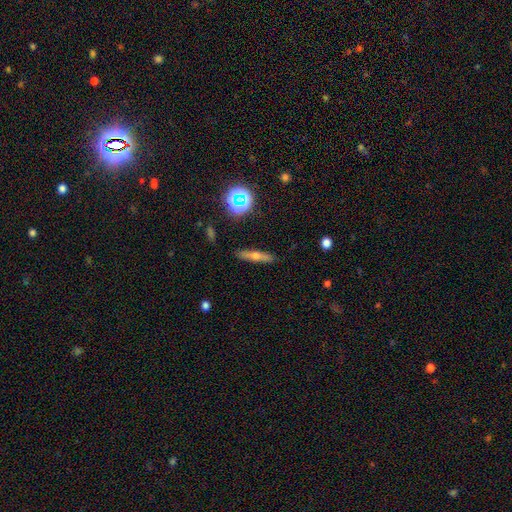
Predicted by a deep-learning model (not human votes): This appears to be a smooth galaxy with no disk features (48%). Merging: none (89%).